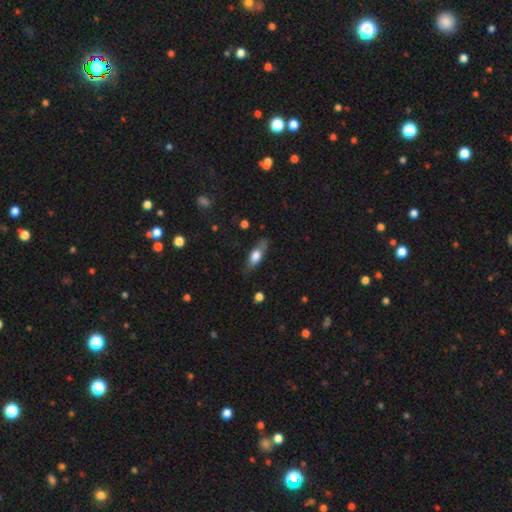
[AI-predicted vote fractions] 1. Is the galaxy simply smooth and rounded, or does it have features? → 62% smooth, 31% featured or disk, 7% star or artifact.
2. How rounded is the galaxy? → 63% in between, 32% cigar-shaped, 4% round.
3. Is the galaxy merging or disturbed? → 68% none, 23% minor disturbance, 7% major disturbance, 2% merger.